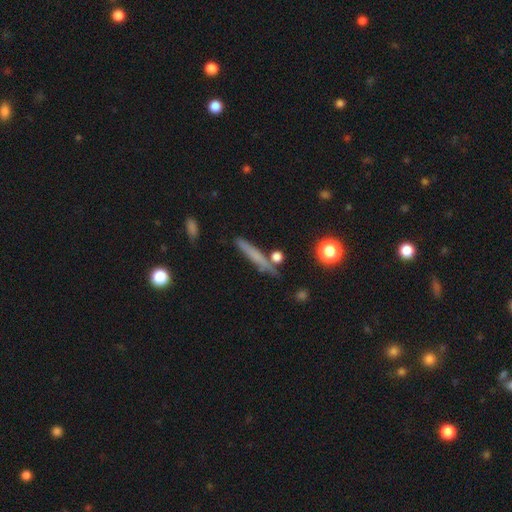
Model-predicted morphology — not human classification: Smooth or featured? smooth (59%)
How rounded? cigar-shaped (91%)
Merging? none (78%)